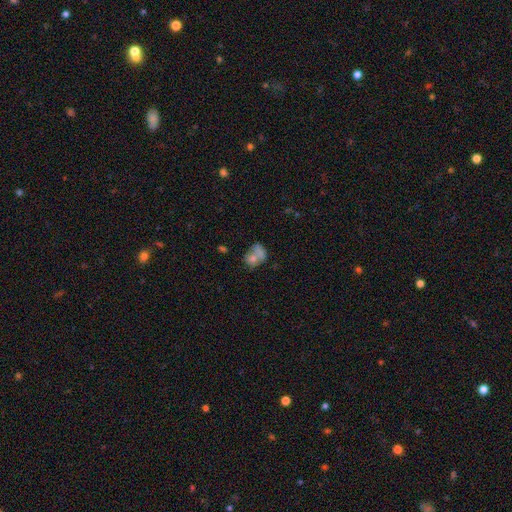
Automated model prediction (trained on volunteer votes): Smooth or featured: smooth — 68% (featured or disk — 21%)
How rounded: in between — 51% (round — 47%)
Merging: merger — 45% (none — 29%)